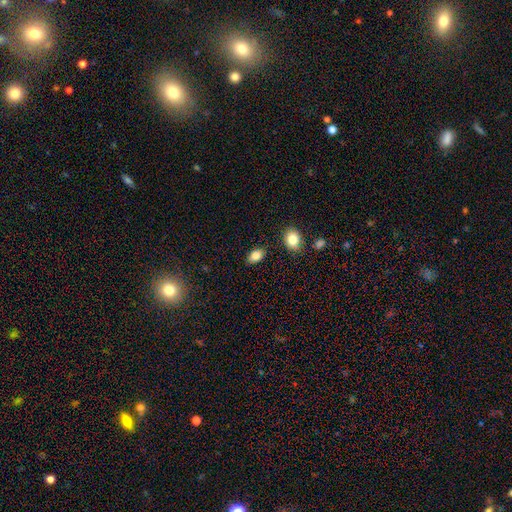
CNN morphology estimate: Smooth or featured? Predicted: smooth (p=0.83). How rounded? Predicted: in between (p=0.86). Merging? Predicted: none (p=0.86).